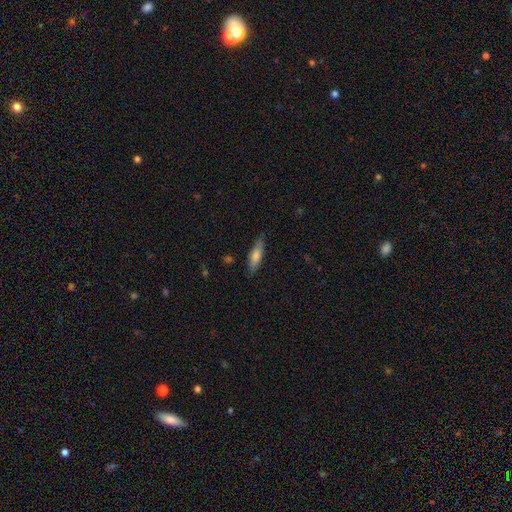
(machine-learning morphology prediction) This appears to be a smooth galaxy with no disk features (65%) that is cigar-shaped (69%). Merging: none (85%).